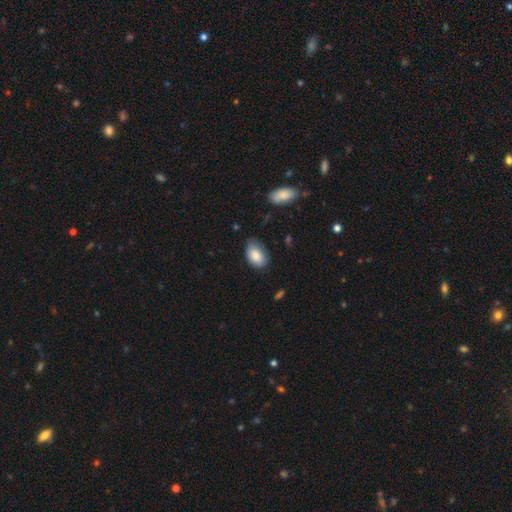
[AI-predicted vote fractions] Smooth or featured? smooth (84%)
How rounded? in between (91%)
Merging? none (66%)